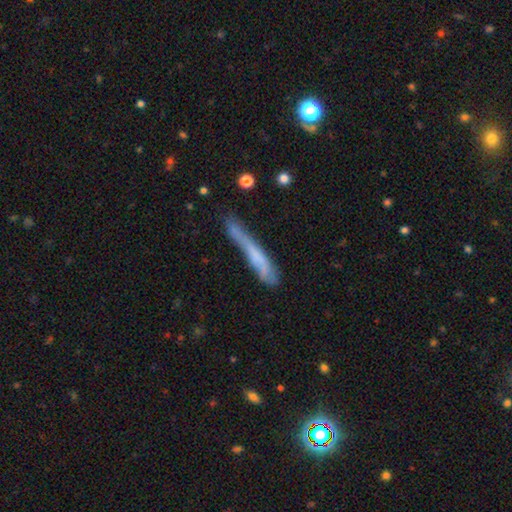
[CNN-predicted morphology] A smooth galaxy with no disk features (56%) that is cigar-shaped (93%). Merging: none (47%).